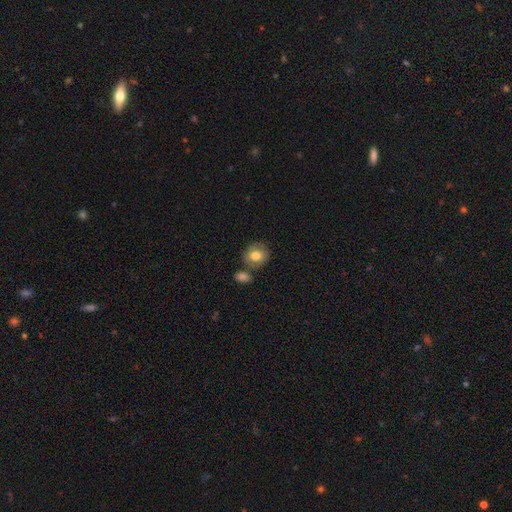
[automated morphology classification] Smooth or featured? smooth (71%)
How rounded? round (71%)
Merging? none (67%)